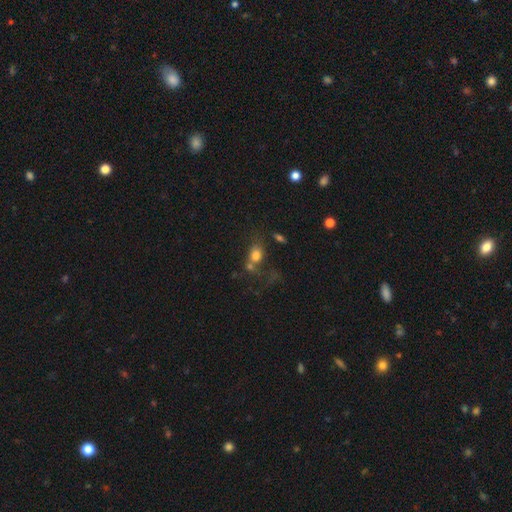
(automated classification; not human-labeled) Overall: smooth (73%). How rounded: in between (56%; round 42%). Merging: merger (36%; none 34%).